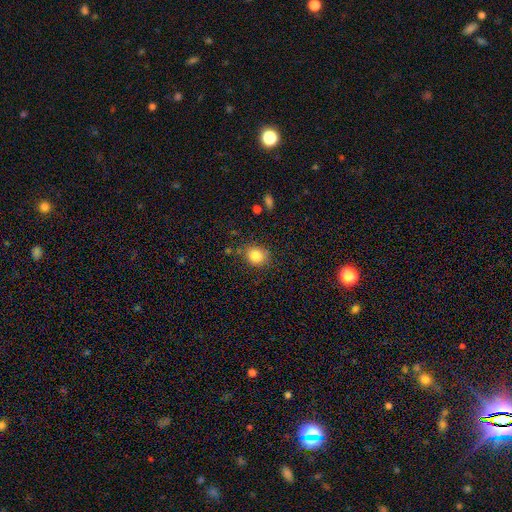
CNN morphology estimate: type=smooth (84%); roundness=round (64%); merging=none (79%).